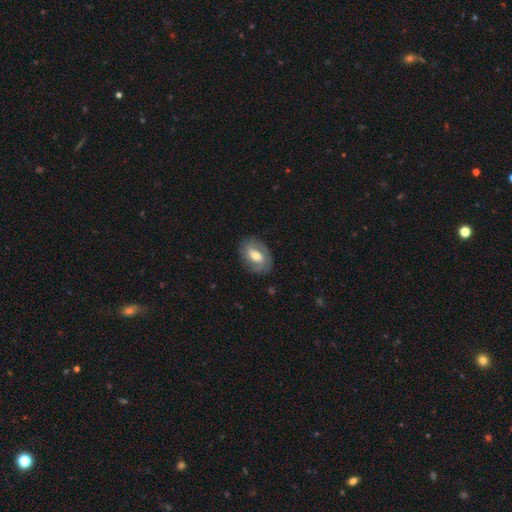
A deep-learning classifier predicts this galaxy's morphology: Overall: featured or disk (58%; smooth 35%). Edge-on disk: no (93%). Bar: weak (42%; no 33%). Spiral arms: yes (73%). Bulge size: moderate (69%). Merging: none (77%).